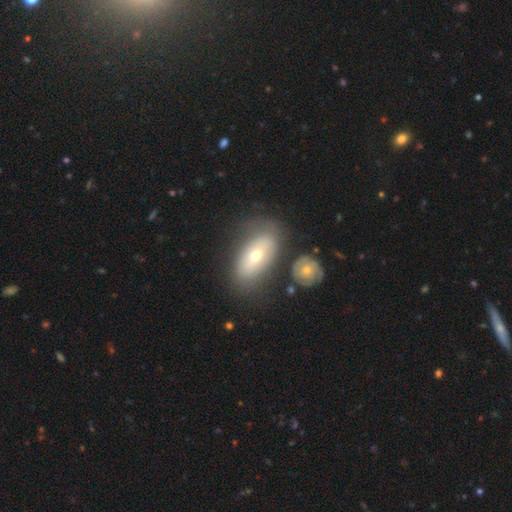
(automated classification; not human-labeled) Smooth or featured: smooth — 58% (featured or disk — 35%)
How rounded: in between — 87% (cigar-shaped — 8%)
Merging: none — 64% (minor disturbance — 18%)